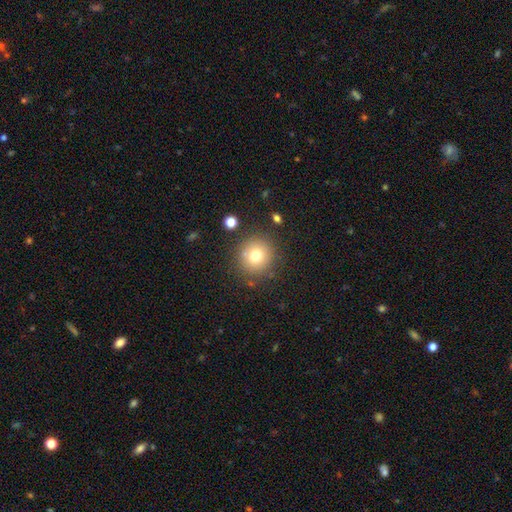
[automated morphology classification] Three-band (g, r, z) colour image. It shows a smooth galaxy with no disk features (75%) that is round (93%). Merging: none (83%).